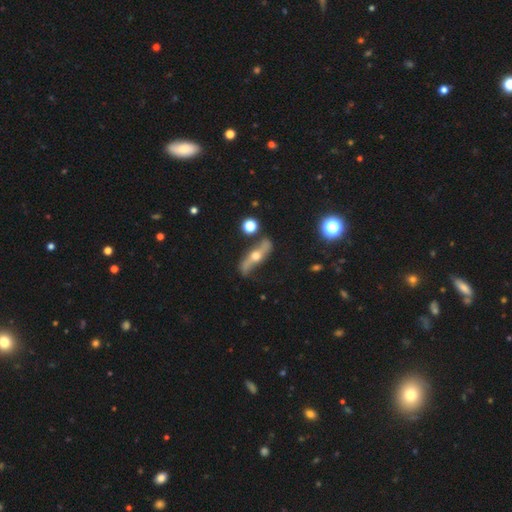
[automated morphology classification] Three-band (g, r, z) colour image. It shows a featured or disk galaxy (77%). Merging: none (71%).